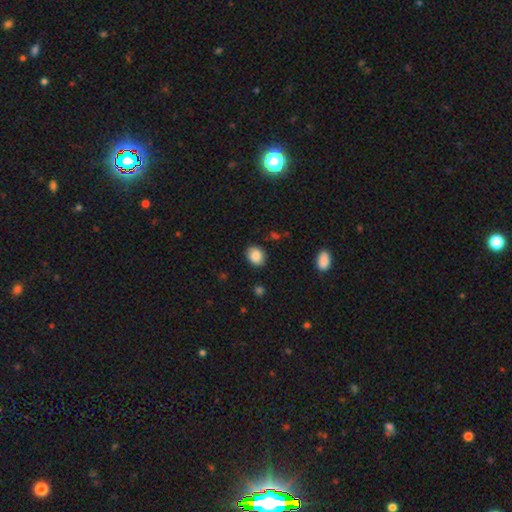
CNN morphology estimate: A smooth galaxy with no disk features (86%) that is round (52%). Merging: none (85%).